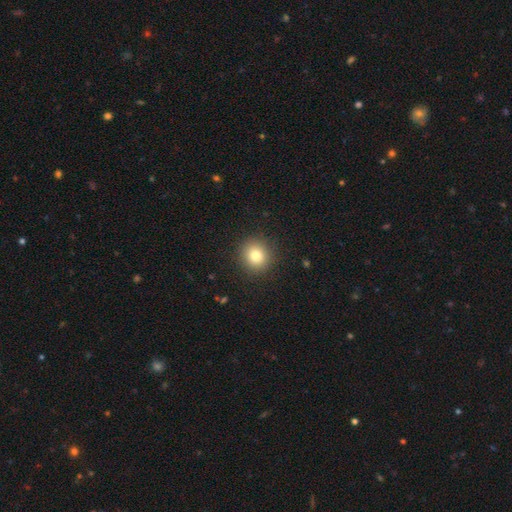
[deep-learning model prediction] Morphology: type=smooth (80%); roundness=round (91%); merging=none (91%).